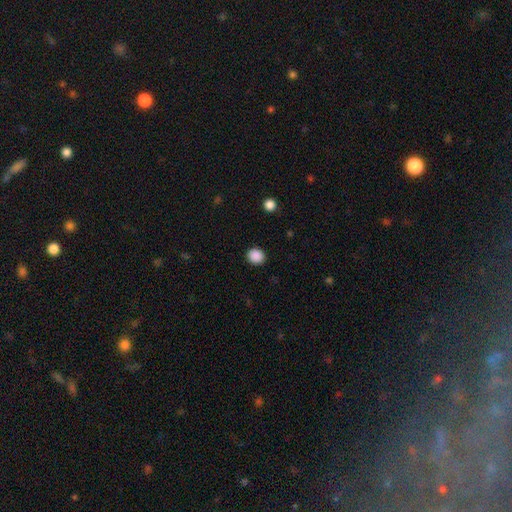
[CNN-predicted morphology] Smooth or featured? smooth (89%)
How rounded? round (77%)
Merging? none (91%)